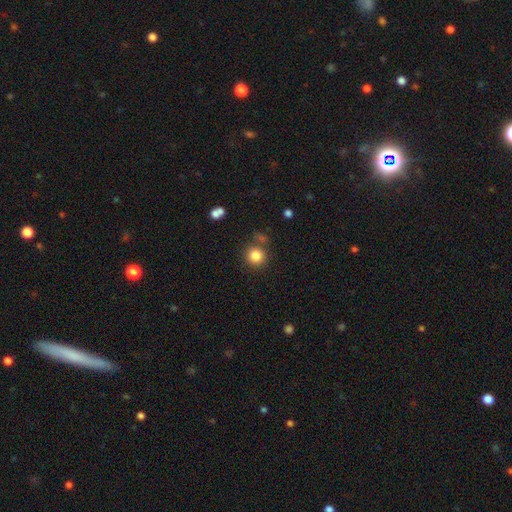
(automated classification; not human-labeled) Smooth or featured? Predicted: smooth (p=0.84). How rounded? Predicted: round (p=0.91). Merging? Predicted: none (p=0.77).